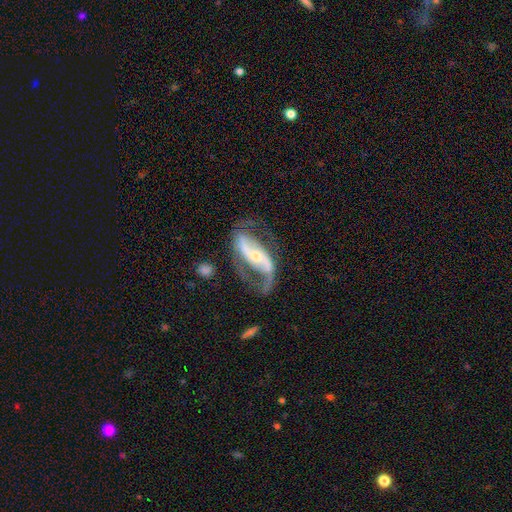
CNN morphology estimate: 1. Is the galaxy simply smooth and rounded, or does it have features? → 88% featured or disk, 8% smooth, 5% star or artifact.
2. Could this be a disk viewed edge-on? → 94% no, 6% yes.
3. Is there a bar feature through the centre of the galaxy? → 53% strong, 24% no, 23% weak.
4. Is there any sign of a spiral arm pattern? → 92% yes, 8% no.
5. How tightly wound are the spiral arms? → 43% loose, 41% medium, 16% tight.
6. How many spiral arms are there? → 86% 2, 7% 1, 4% can't tell, 1% 3, 1% 4, 1% more than 4.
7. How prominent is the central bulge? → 63% small, 33% moderate, 2% large, 1% none, 1% dominant.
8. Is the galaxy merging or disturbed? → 59% none, 20% major disturbance, 19% minor disturbance, 3% merger.